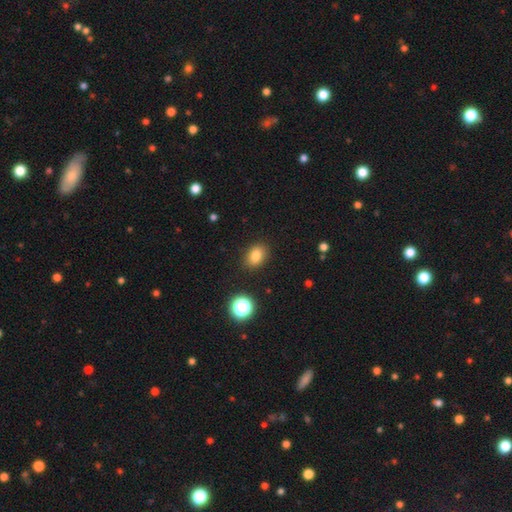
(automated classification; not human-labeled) This appears to be a smooth galaxy with no disk features (82%) that is in between round and cigar-shaped (69%). Merging: none (87%).